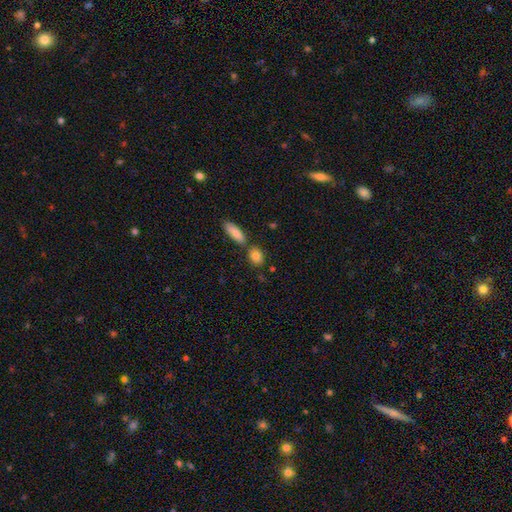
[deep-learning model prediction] A smooth galaxy with no disk features (82%) that is in between round and cigar-shaped (58%).

Vote fractions:
- Smooth or featured? smooth: 82% / featured or disk: 10% / star or artifact: 8%
- How rounded? in between: 58% / round: 36% / cigar-shaped: 7%
- Merging? none: 69% / merger: 17% / minor disturbance: 11% / major disturbance: 3%